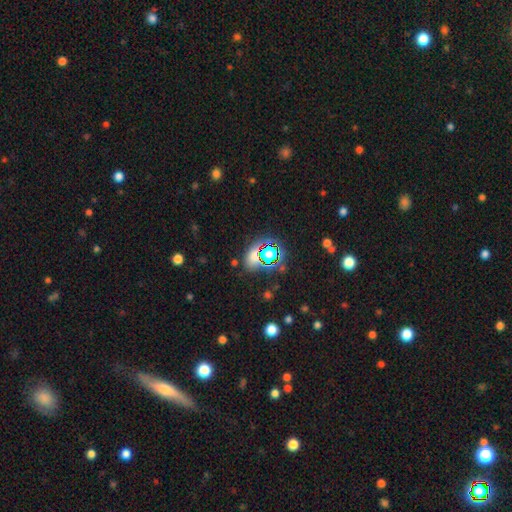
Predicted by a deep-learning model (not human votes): A star or artifact, not a galaxy (46%).

Vote fractions:
- Smooth or featured? star or artifact: 46% / smooth: 44% / featured or disk: 10%